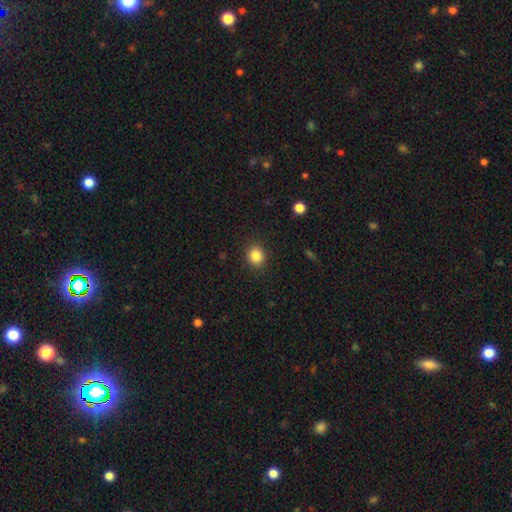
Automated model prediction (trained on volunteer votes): This is clearly a smooth galaxy (85%). How rounded: likely round (76%). Merging: clearly none (90%).